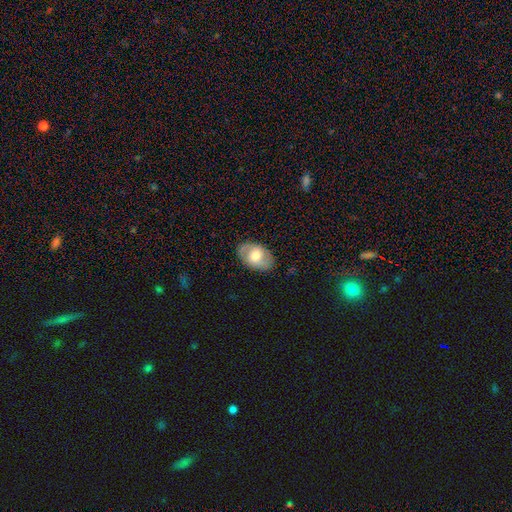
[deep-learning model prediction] This is possibly a smooth galaxy (47%, tied with featured or disk). Merging: clearly none (83%).